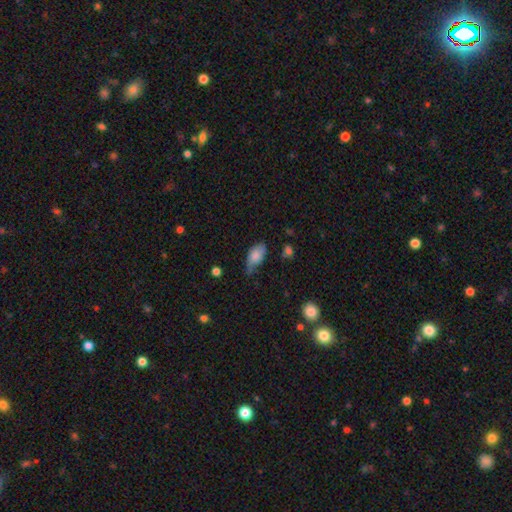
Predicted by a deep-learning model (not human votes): A smooth galaxy with no disk features (79%) that is in between round and cigar-shaped (91%).

Vote fractions:
- Smooth or featured? smooth: 79% / featured or disk: 14% / star or artifact: 7%
- How rounded? in between: 91% / round: 5% / cigar-shaped: 4%
- Merging? minor disturbance: 45% / none: 38% / major disturbance: 14% / merger: 3%